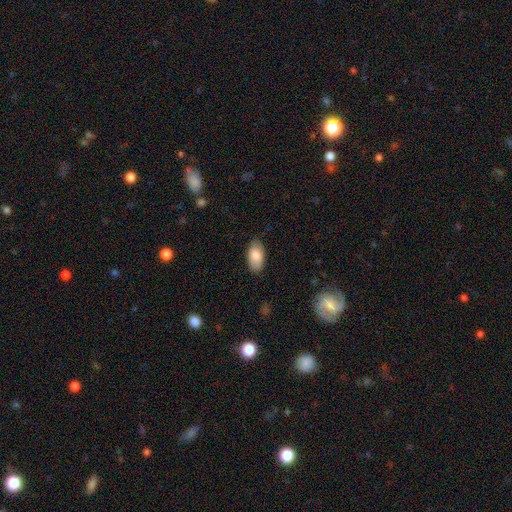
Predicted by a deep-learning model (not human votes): smooth 86%, featured or disk 8%, star or artifact 6%. Down the decision tree: how rounded — in between (95%); merging — none (84%).